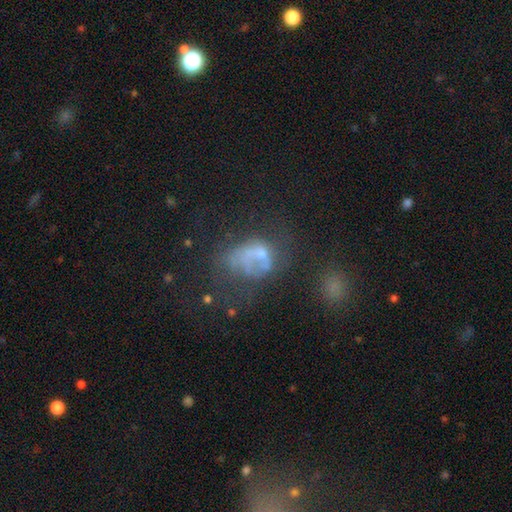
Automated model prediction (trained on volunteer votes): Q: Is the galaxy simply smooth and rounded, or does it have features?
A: featured or disk — 42%.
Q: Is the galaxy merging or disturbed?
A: major disturbance — 42%.